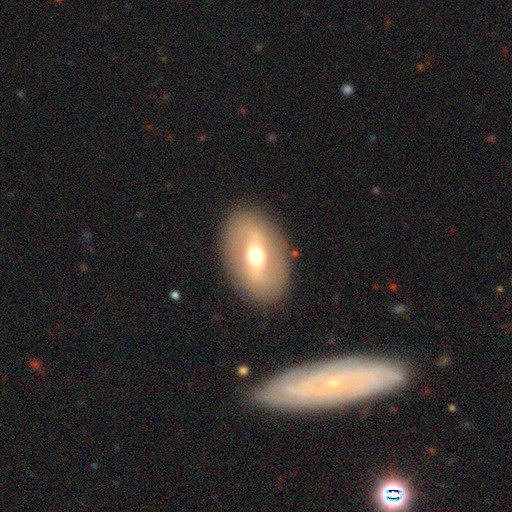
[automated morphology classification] A featured or disk galaxy (51%).

Vote fractions:
- Smooth or featured? featured or disk: 51% / smooth: 41% / star or artifact: 8%
- Edge-on disk? no: 87% / yes: 13%
- Merging? none: 86% / minor disturbance: 9% / major disturbance: 5% / merger: 1%